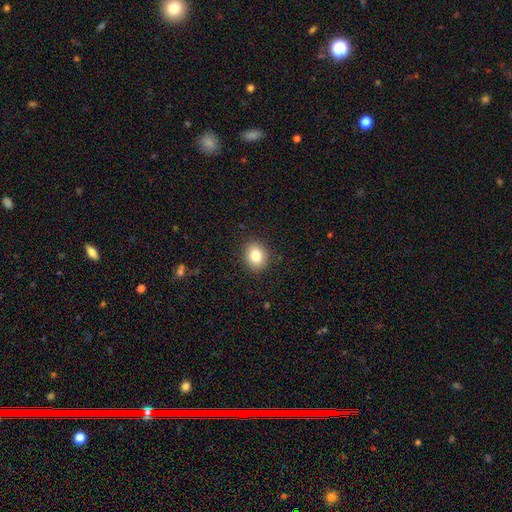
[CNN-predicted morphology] A smooth galaxy with no disk features (82%) that is round (63%). Merging: none (90%).